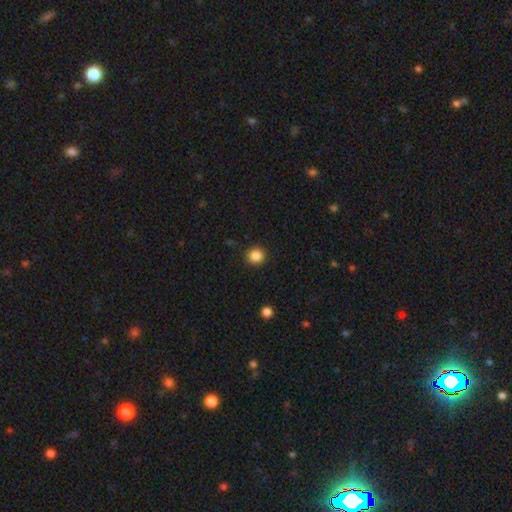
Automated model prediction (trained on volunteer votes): This is clearly a smooth galaxy (86%). How rounded: clearly round (91%). Merging: clearly none (91%).